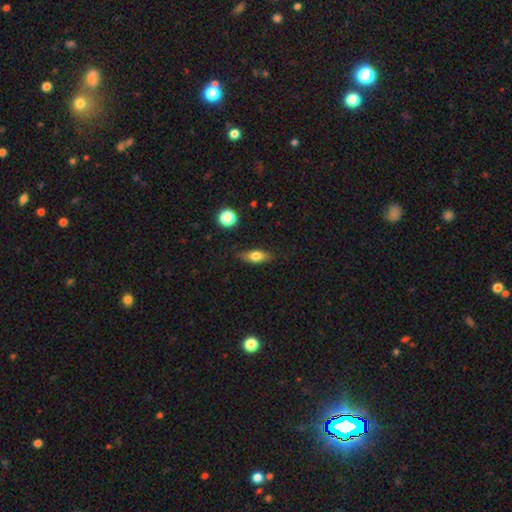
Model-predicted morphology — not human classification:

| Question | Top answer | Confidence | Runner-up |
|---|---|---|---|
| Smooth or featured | smooth | 69% | featured or disk (23%) |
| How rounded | in between | 69% | cigar-shaped (24%) |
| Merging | none | 81% | minor disturbance (14%) |